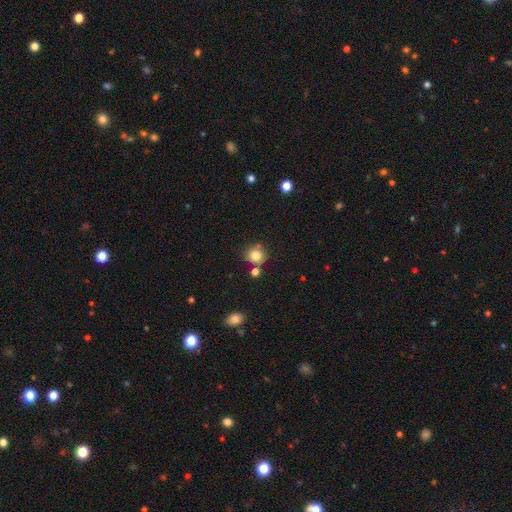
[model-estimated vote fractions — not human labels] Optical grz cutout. It shows a smooth galaxy with no disk features (81%) that is round (89%). Merging: none (75%).